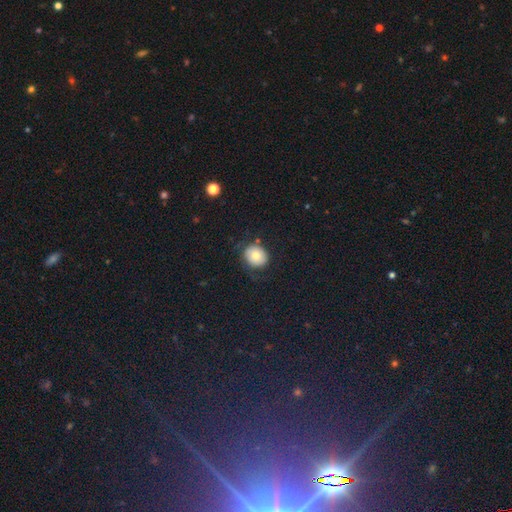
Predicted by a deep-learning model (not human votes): Smooth or featured? smooth (75%)
How rounded? round (73%)
Merging? none (72%)